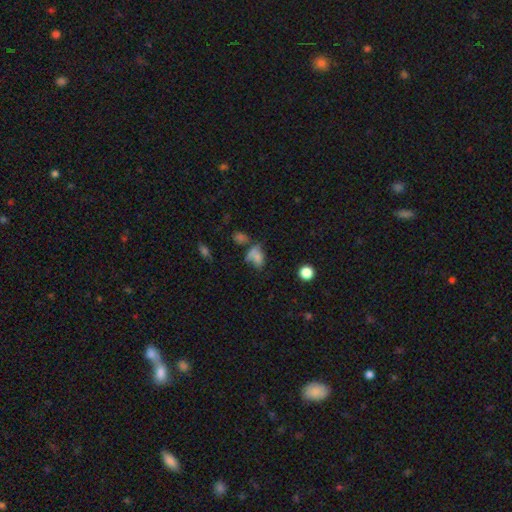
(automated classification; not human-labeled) Smooth or featured? Predicted: smooth (p=0.68). How rounded? Predicted: in between (p=0.78). Merging? Predicted: merger (p=0.33).